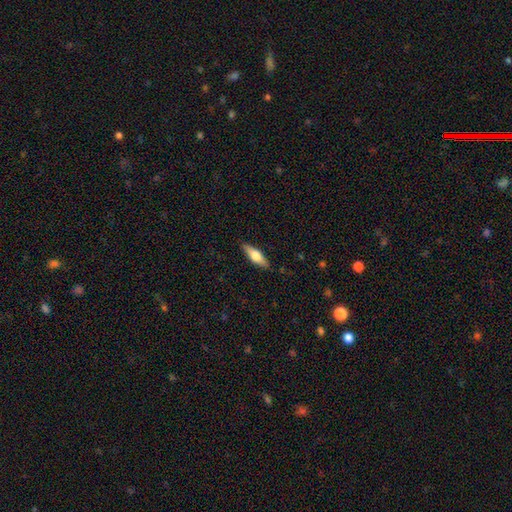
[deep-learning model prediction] Q: Smooth or featured?
A: smooth (52%); runner-up: featured or disk (42%)
Q: How rounded?
A: cigar-shaped (50%); runner-up: in between (47%)
Q: Merging?
A: none (88%); runner-up: minor disturbance (9%)